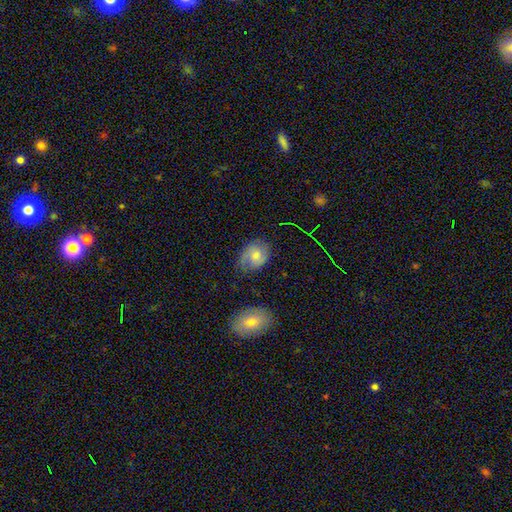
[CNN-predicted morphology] A smooth galaxy with no disk features (51%) that is in between round and cigar-shaped (59%). Merging: none (66%).